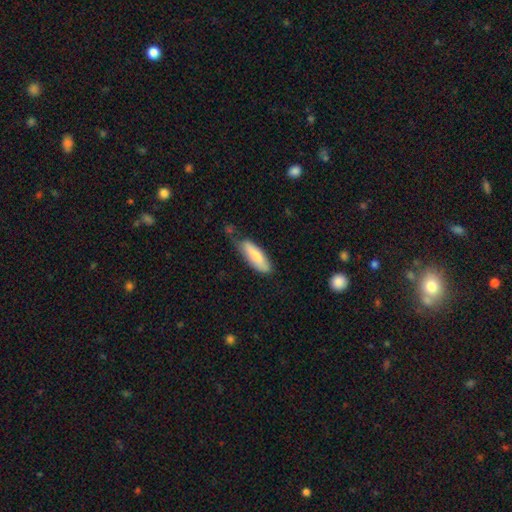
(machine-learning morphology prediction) This is likely a smooth galaxy (75%). How rounded: possibly in between (51%). Merging: possibly none (57%).